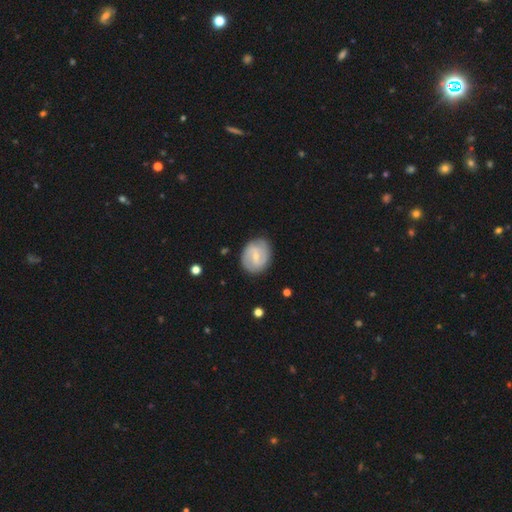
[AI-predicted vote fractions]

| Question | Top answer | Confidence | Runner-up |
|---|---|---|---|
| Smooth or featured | featured or disk | 64% | smooth (30%) |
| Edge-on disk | no | 97% | yes (3%) |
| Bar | weak | 55% | strong (24%) |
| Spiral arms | yes | 78% | no (22%) |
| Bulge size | small | 67% | moderate (28%) |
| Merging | none | 83% | minor disturbance (12%) |